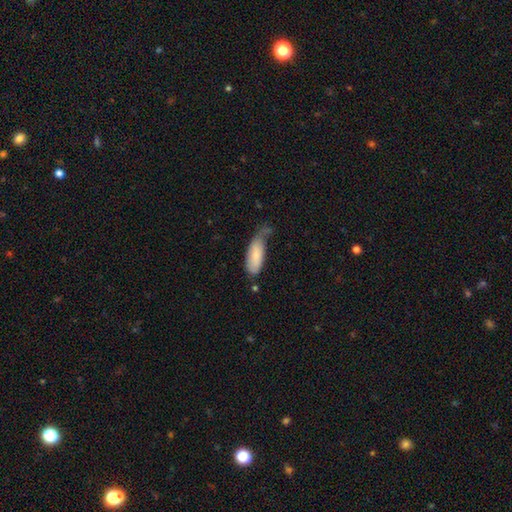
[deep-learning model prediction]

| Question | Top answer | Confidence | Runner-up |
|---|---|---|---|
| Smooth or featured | smooth | 81% | featured or disk (13%) |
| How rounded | in between | 76% | cigar-shaped (22%) |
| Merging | minor disturbance | 40% | none (32%) |